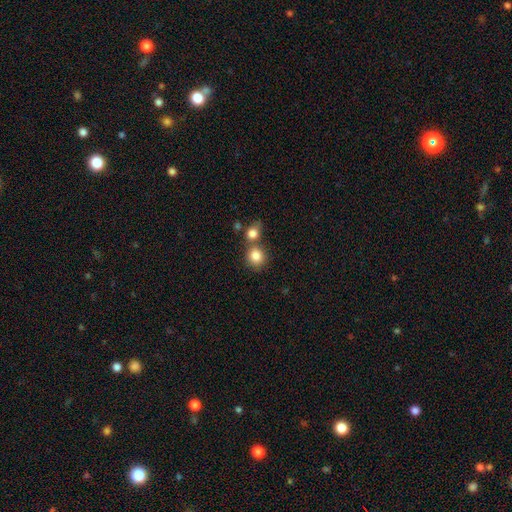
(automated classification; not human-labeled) smooth_or_featured: smooth (p=0.83) [alt: star or artifact p=0.10]
how_rounded: round (p=0.85) [alt: in between p=0.14]
merging: none (p=0.54) [alt: merger p=0.34]